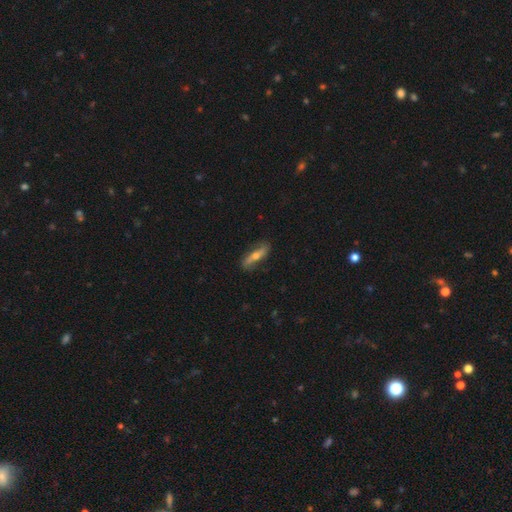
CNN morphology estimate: Smooth or featured? Predicted: featured or disk (p=0.54). Edge-on disk? Predicted: no (p=0.54). Merging? Predicted: none (p=0.78).